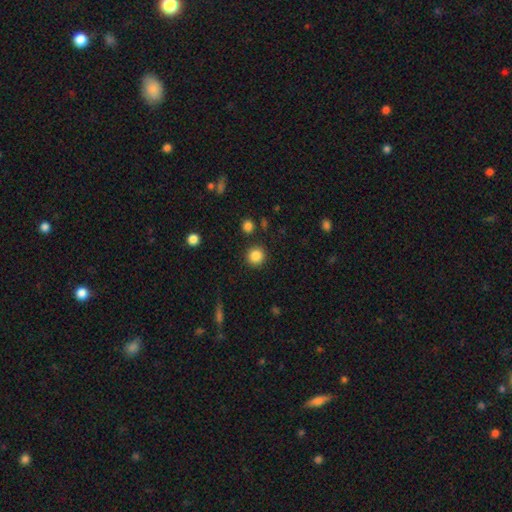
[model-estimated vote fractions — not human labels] Morphology: type=smooth (86%); roundness=round (94%); merging=none (90%).